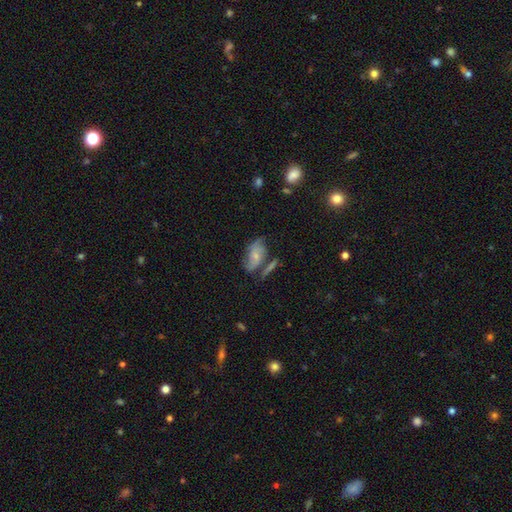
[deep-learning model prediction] Smooth or featured: featured or disk — 60% (smooth — 33%)
Edge-on disk: no — 93% (yes — 7%)
Bar: no — 70% (weak — 24%)
Spiral arms: yes — 84% (no — 16%)
Bulge size: small — 65% (moderate — 29%)
Merging: none — 48% (minor disturbance — 22%)